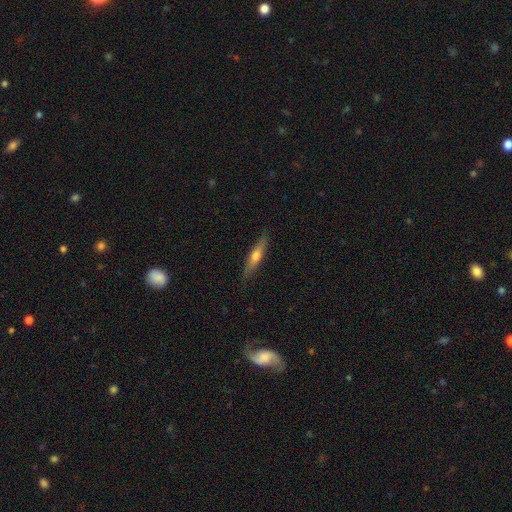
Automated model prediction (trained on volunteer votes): smooth_or_featured: smooth (p=0.50) [alt: featured or disk p=0.44]
merging: none (p=0.88) [alt: minor disturbance p=0.10]